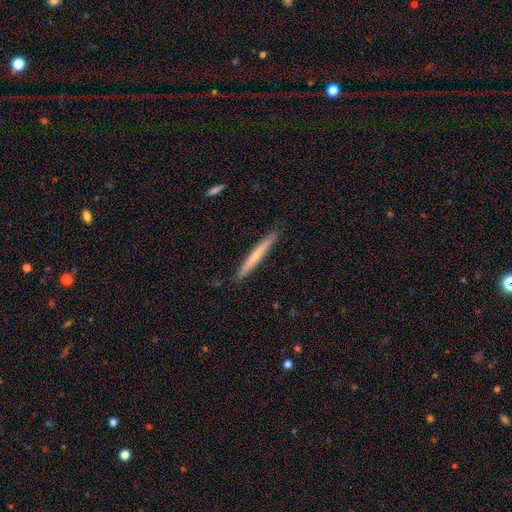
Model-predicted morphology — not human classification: smooth_or_featured: smooth (p=0.58) [alt: featured or disk p=0.36]
how_rounded: cigar-shaped (p=0.97) [alt: in between p=0.02]
merging: none (p=0.90) [alt: minor disturbance p=0.07]